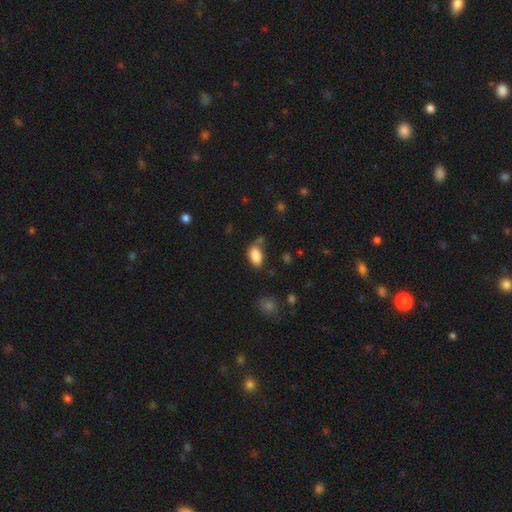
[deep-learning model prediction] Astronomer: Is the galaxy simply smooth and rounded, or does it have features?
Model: smooth — 85%.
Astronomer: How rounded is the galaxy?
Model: in between — 91%.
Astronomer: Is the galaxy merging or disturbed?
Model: none — 66%.